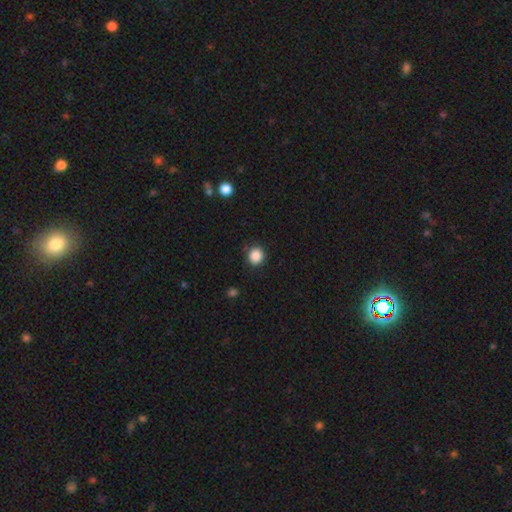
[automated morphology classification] smooth-or-featured: smooth: 87% | star or artifact: 10% | featured or disk: 3%
  how-rounded: round: 87% | in between: 12% | cigar-shaped: 1%
  merging: none: 87% | minor disturbance: 9% | major disturbance: 3% | merger: 1%